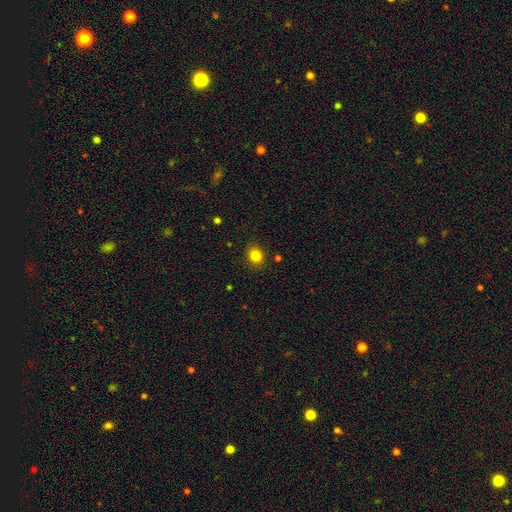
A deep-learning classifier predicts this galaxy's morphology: Smooth or featured? smooth (83%)
How rounded? round (72%)
Merging? none (88%)